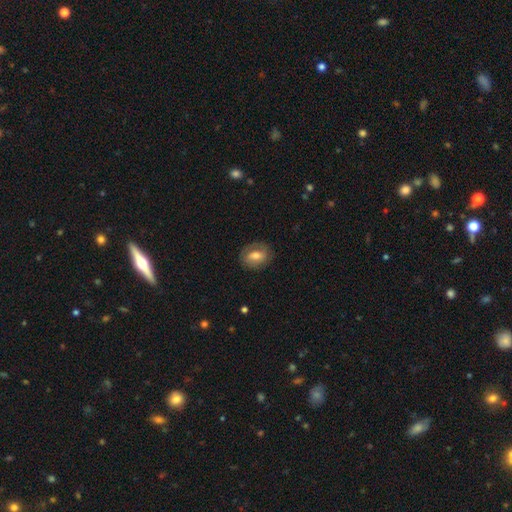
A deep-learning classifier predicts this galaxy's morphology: smooth_or_featured: smooth (p=0.54) [alt: featured or disk p=0.38]
how_rounded: in between (p=0.57) [alt: round p=0.41]
merging: none (p=0.80) [alt: minor disturbance p=0.14]